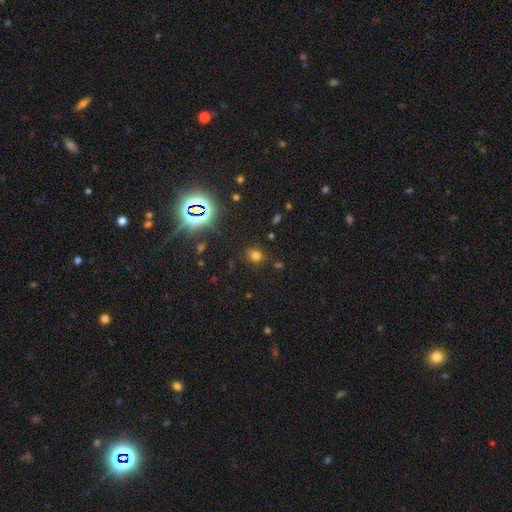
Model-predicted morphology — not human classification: This is likely a smooth galaxy (68%). How rounded: likely round (70%). Merging: clearly none (83%).